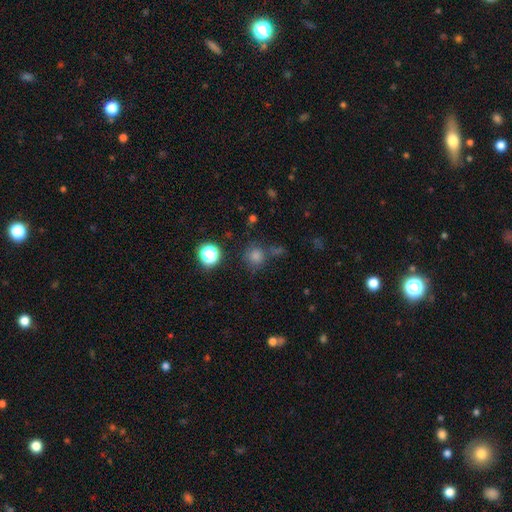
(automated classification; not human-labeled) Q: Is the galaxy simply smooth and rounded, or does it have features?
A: smooth — 71%.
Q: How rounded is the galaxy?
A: round — 91%.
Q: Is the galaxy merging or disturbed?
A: none — 74%.